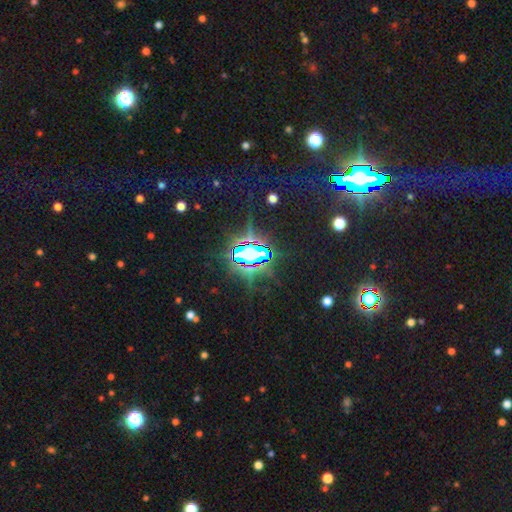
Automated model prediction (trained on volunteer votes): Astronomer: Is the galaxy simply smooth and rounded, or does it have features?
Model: star or artifact — 79%.